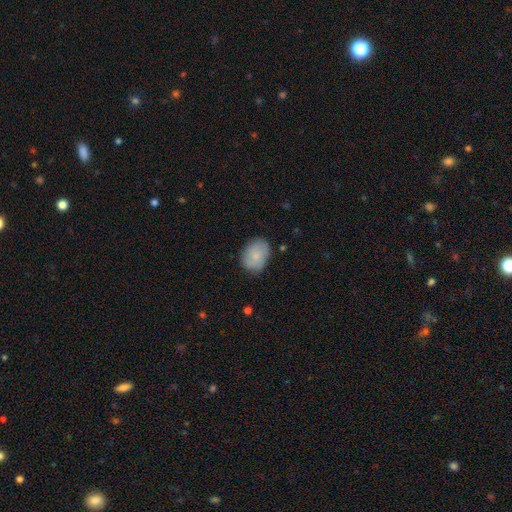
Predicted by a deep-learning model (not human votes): The model was most divided on "how rounded": in between: 69%, round: 30%, cigar-shaped: 1%. More confident: smooth or featured — smooth (79%); merging — none (76%).